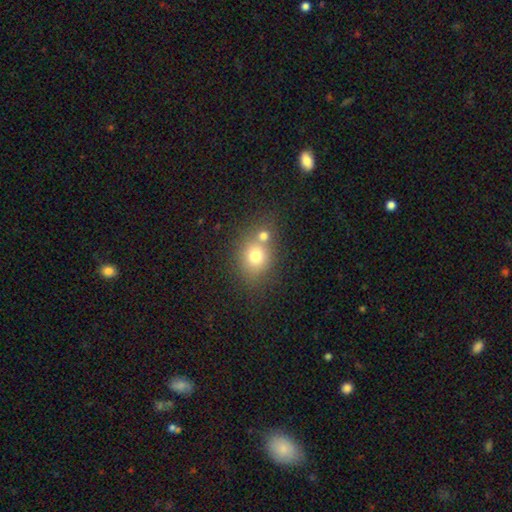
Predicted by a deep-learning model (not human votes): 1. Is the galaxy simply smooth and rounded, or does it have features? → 71% smooth, 15% featured or disk, 14% star or artifact.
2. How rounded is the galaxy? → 65% round, 34% in between, 1% cigar-shaped.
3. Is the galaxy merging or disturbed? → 47% none, 39% merger, 10% minor disturbance, 4% major disturbance.